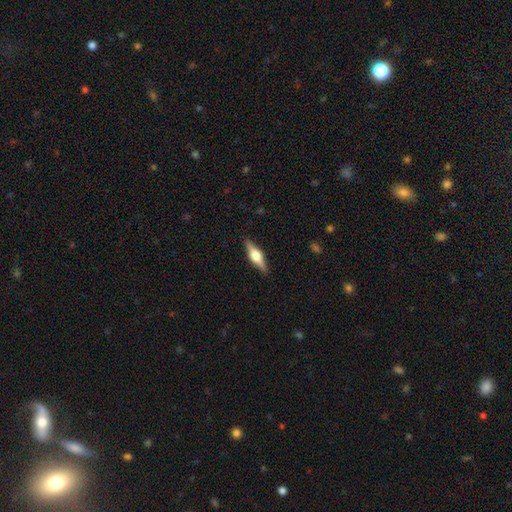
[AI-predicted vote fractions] A featured or disk galaxy (67%) viewed edge-on (97%) with a rounded central bulge (92%). Merging: none (89%).